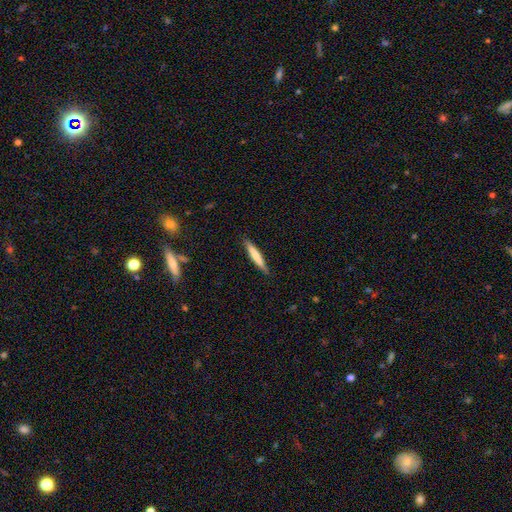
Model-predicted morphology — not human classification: smooth 71%, featured or disk 24%, star or artifact 5%. Down the decision tree: how rounded — cigar-shaped (94%); merging — none (88%).